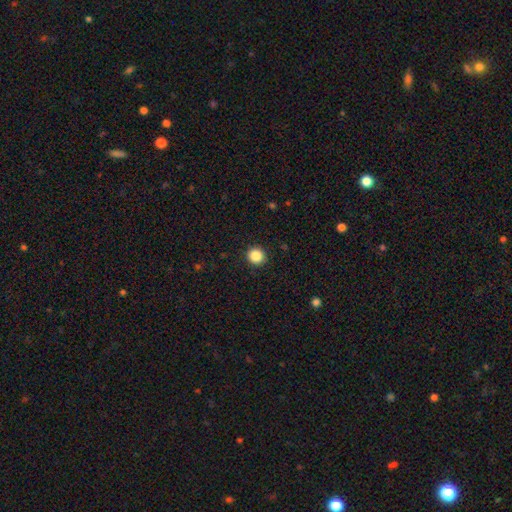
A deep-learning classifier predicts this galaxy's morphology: type=smooth (86%); roundness=round (93%); merging=none (92%).